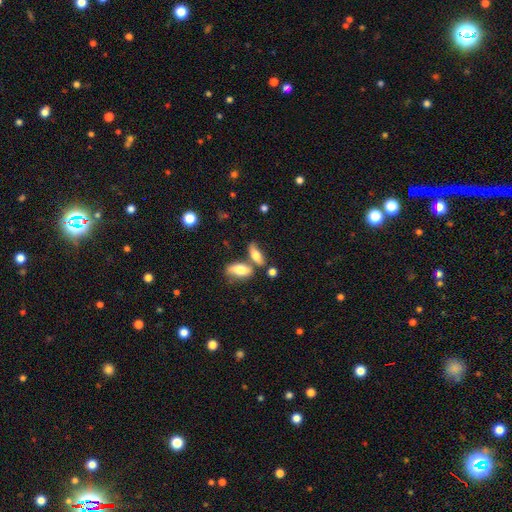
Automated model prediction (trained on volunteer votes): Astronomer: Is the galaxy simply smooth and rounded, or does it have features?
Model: smooth — 70%.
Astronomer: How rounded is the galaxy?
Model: in between — 68%.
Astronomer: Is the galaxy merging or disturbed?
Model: none — 46% (runner-up: merger, 35%).